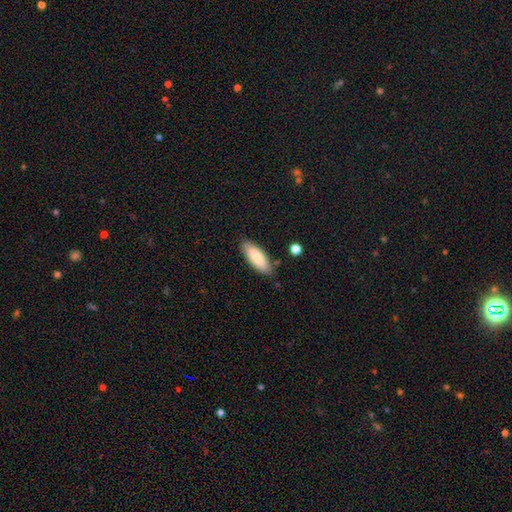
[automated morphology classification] Overall: smooth (82%). How rounded: in between (73%). Merging: none (83%).